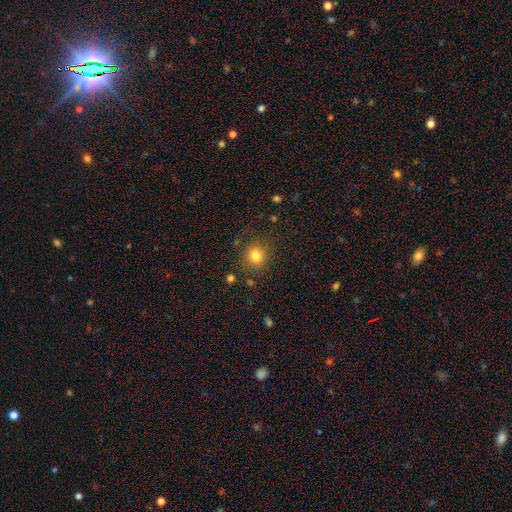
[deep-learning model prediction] Overall: smooth (81%). How rounded: round (89%). Merging: none (83%).